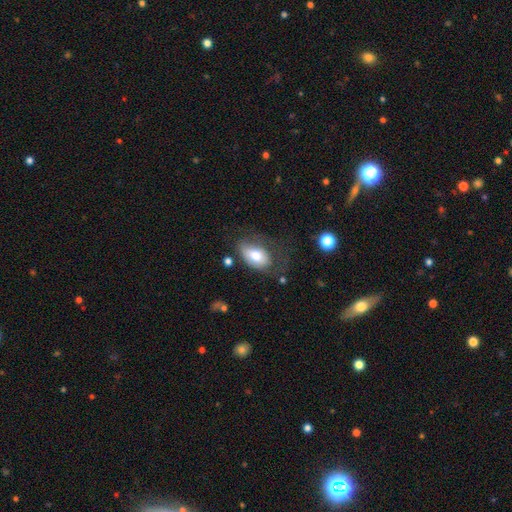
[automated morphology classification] smooth 72%, featured or disk 21%, star or artifact 7%. Down the decision tree: how rounded — in between (91%); merging — none (39%).